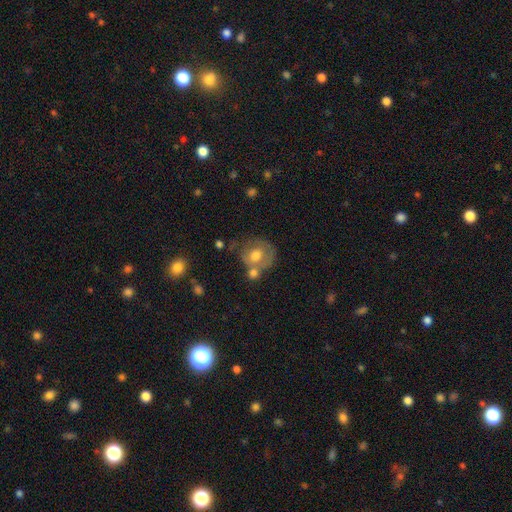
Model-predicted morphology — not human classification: A smooth galaxy with no disk features (55%) that is round (76%).

Vote fractions:
- Smooth or featured? smooth: 55% / featured or disk: 37% / star or artifact: 8%
- How rounded? round: 76% / in between: 23% / cigar-shaped: 1%
- Merging? none: 45% / merger: 26% / minor disturbance: 18% / major disturbance: 10%